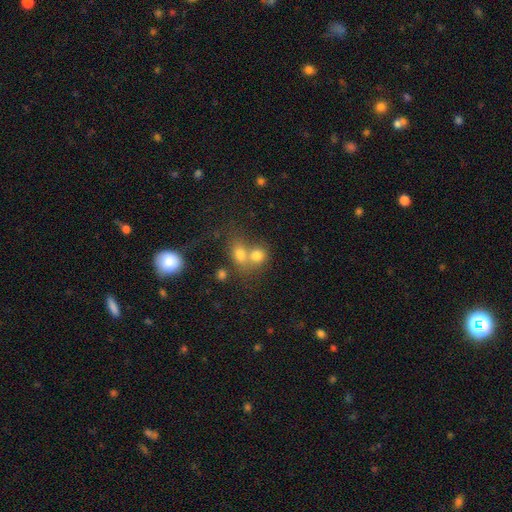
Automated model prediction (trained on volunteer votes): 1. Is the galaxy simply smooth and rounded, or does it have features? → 72% smooth, 14% star or artifact, 14% featured or disk.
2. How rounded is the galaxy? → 63% round, 36% in between, 2% cigar-shaped.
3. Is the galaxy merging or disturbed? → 57% merger, 32% none, 7% minor disturbance, 4% major disturbance.